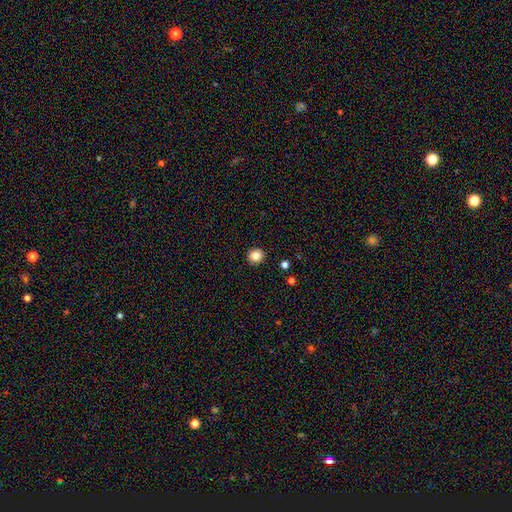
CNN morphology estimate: The model was most divided on "smooth or featured": smooth: 84%, star or artifact: 11%, featured or disk: 6%. More confident: merging — none (93%); how rounded — round (92%).